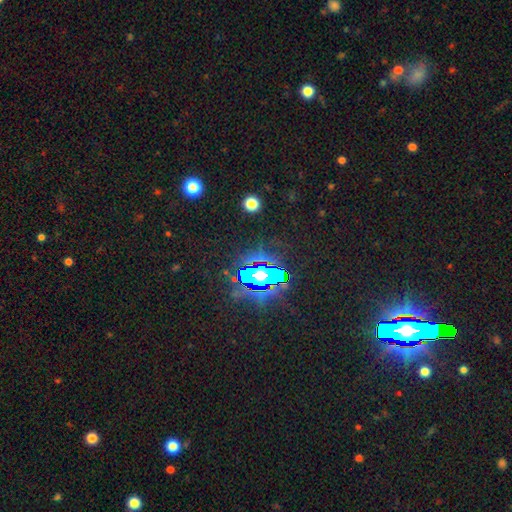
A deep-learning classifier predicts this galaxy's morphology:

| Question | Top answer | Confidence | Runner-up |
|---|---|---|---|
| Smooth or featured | star or artifact | 84% | smooth (9%) |